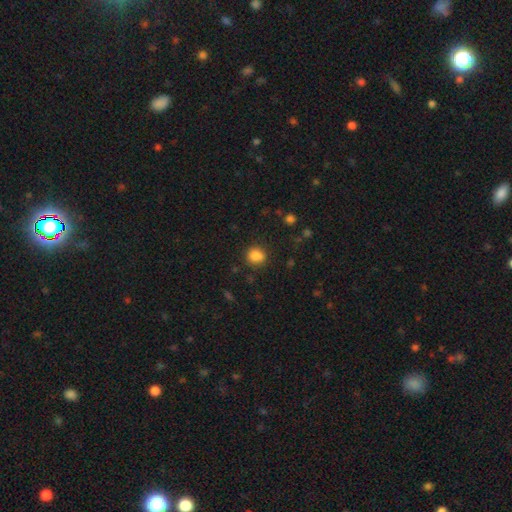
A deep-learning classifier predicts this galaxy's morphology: Smooth or featured?
  - smooth: 85% *
  - star or artifact: 11%
  - featured or disk: 5%
How rounded?
  - round: 70% *
  - in between: 29%
  - cigar-shaped: 1%
Merging?
  - none: 77% *
  - minor disturbance: 15%
  - major disturbance: 4%
  - merger: 4%